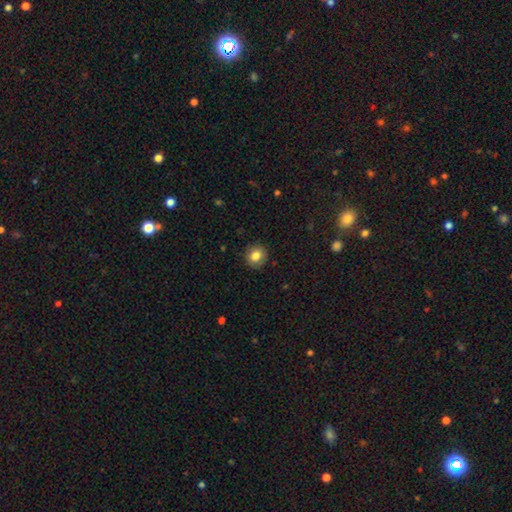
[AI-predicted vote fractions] This is clearly a smooth galaxy (82%). How rounded: clearly round (90%). Merging: clearly none (90%).